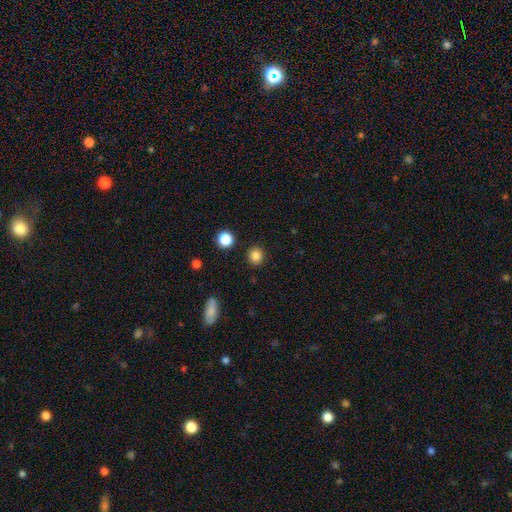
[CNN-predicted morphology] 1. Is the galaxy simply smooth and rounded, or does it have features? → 84% smooth, 12% star or artifact, 4% featured or disk.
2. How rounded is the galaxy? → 91% round, 8% in between, 1% cigar-shaped.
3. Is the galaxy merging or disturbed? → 91% none, 5% minor disturbance, 2% major disturbance, 2% merger.